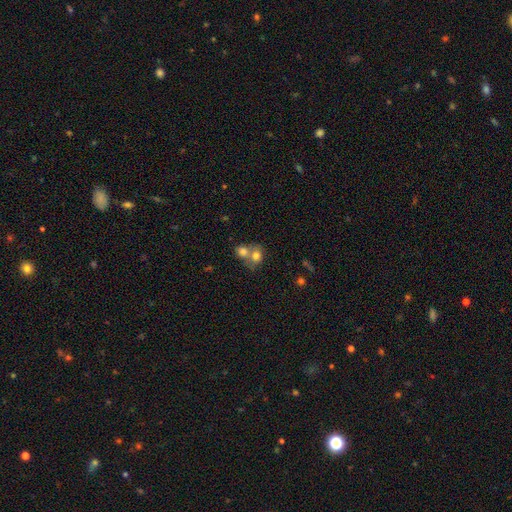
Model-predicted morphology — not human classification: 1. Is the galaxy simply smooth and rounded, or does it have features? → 75% smooth, 15% featured or disk, 10% star or artifact.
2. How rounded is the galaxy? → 69% round, 30% in between, 1% cigar-shaped.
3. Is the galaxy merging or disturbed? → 65% merger, 26% none, 6% minor disturbance, 3% major disturbance.